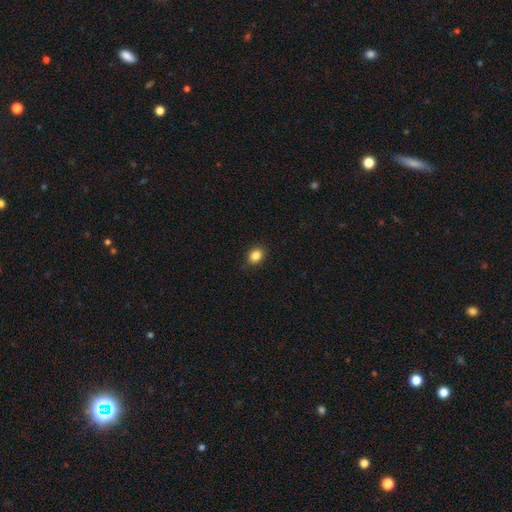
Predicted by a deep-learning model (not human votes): Smooth or featured? Predicted: smooth (p=0.86). How rounded? Predicted: in between (p=0.51). Merging? Predicted: none (p=0.88).